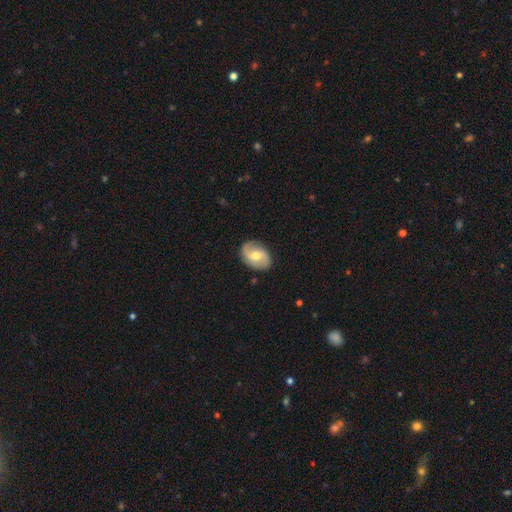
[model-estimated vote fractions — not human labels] featured or disk 70%, smooth 24%, star or artifact 6%. Down the decision tree: edge-on disk — no (97%); bar — weak (47%); spiral arms — yes (90%); spiral arm count — 2 (87%); spiral winding — loose (46%); bulge size — moderate (67%); merging — none (82%).